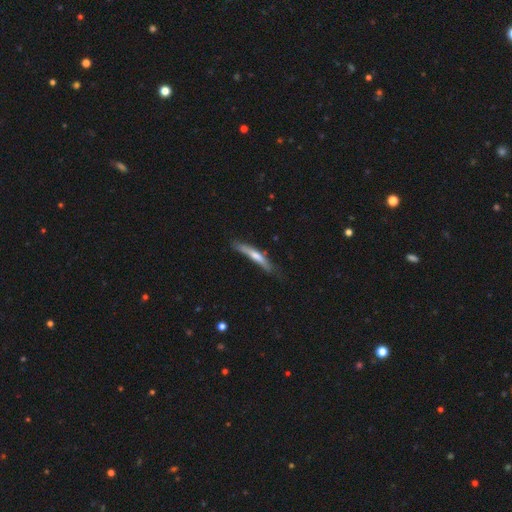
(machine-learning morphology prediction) Smooth or featured? smooth (48%)
Merging? none (61%)